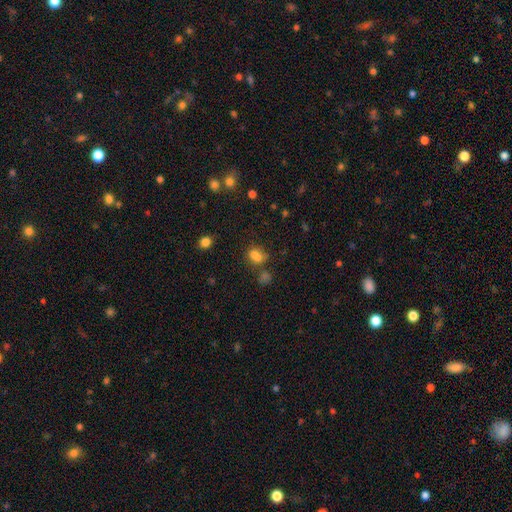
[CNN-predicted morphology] This is likely a smooth galaxy (73%). How rounded: likely in between (60%). Merging: marginally none (44%).